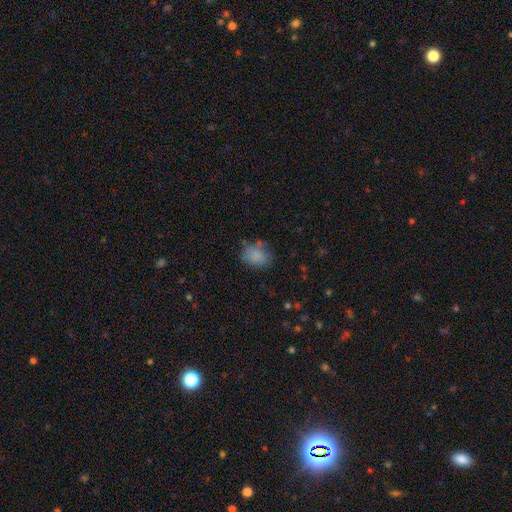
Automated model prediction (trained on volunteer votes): smooth 82%, star or artifact 10%, featured or disk 8%. Down the decision tree: how rounded — round (50%); merging — none (67%).